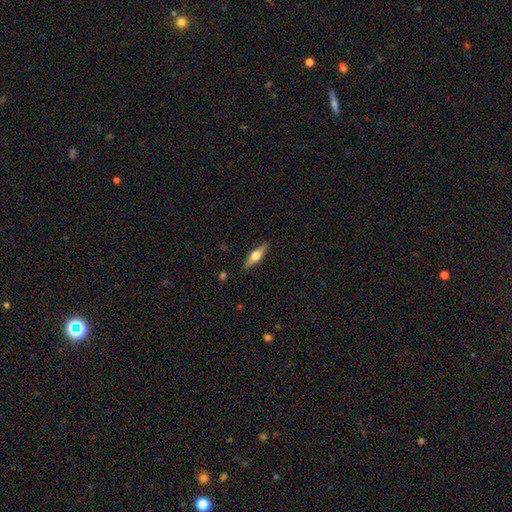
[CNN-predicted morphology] Overall: featured or disk (54%; smooth 41%). Edge-on disk: yes (94%). Edge-on bulge: rounded (94%). Merging: none (89%).